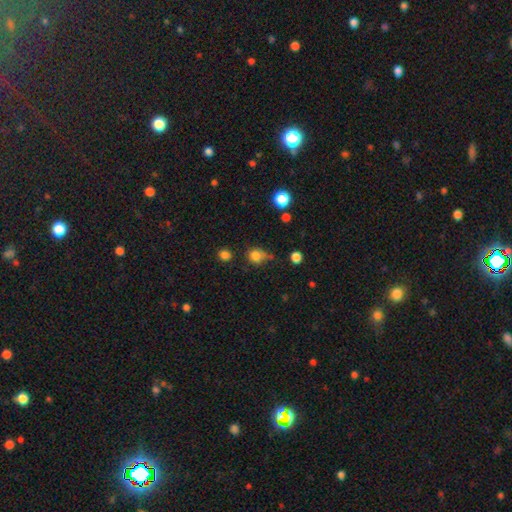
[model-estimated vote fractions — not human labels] Smooth or featured? smooth (79%)
How rounded? round (77%)
Merging? none (53%)